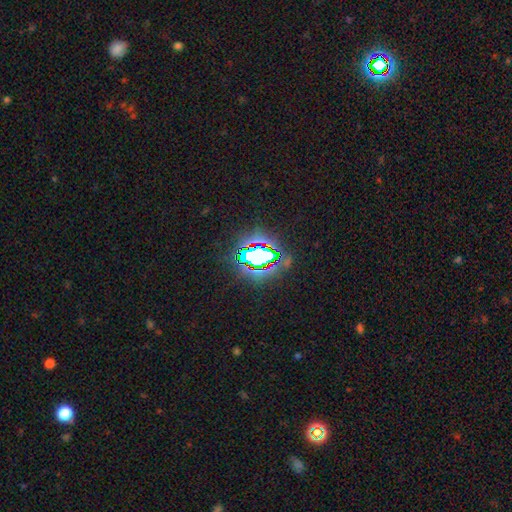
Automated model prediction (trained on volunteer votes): The model was most divided on "smooth or featured": star or artifact: 66%, smooth: 20%, featured or disk: 13%.